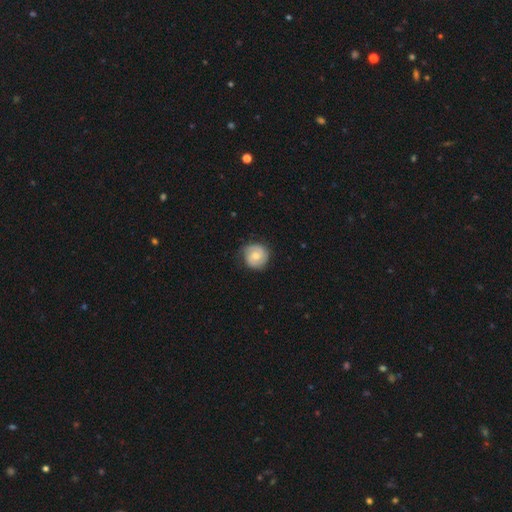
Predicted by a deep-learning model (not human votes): Smooth or featured?
  - featured or disk: 53% *
  - smooth: 40%
  - star or artifact: 7%
Edge-on disk?
  - no: 98% *
  - yes: 2%
Bar?
  - no: 63% *
  - weak: 32%
  - strong: 6%
Spiral arms?
  - yes: 85% *
  - no: 15%
Bulge size?
  - moderate: 63% *
  - small: 32%
  - large: 3%
  - none: 2%
  - dominant: 1%
Merging?
  - none: 77% *
  - minor disturbance: 18%
  - major disturbance: 4%
  - merger: 1%